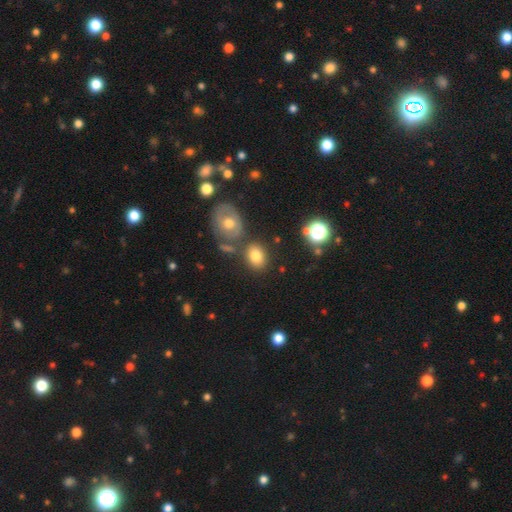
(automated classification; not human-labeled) Smooth or featured? Predicted: smooth (p=0.76). How rounded? Predicted: in between (p=0.61). Merging? Predicted: none (p=0.70).